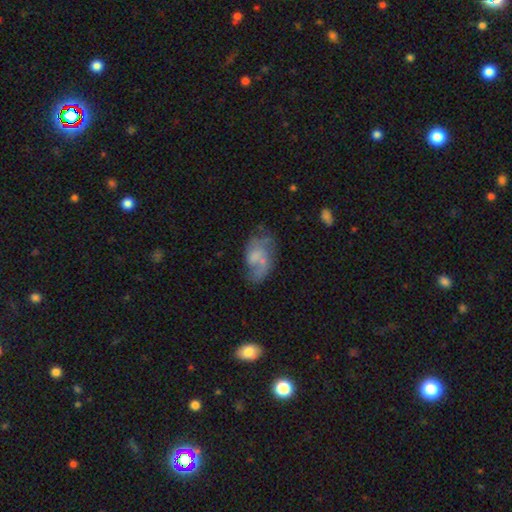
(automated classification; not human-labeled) smooth_or_featured: featured or disk (p=0.56) [alt: smooth p=0.34]
disk_edge_on: no (p=0.96) [alt: yes p=0.04]
bar: no (p=0.68) [alt: weak p=0.27]
has_spiral_arms: yes (p=0.63) [alt: no p=0.37]
bulge_size: none (p=0.41) [alt: small p=0.33]
merging: none (p=0.41) [alt: major disturbance p=0.25]